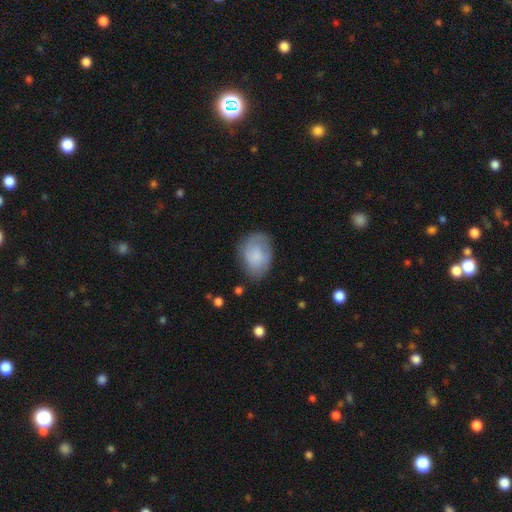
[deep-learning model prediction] Overall: smooth (58%; featured or disk 35%). How rounded: in between (76%). Merging: none (65%).